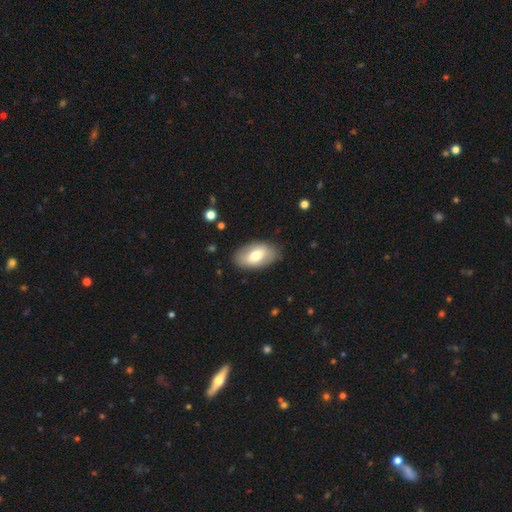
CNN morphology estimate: smooth 65%, featured or disk 29%, star or artifact 6%. Down the decision tree: how rounded — in between (94%); merging — none (84%).